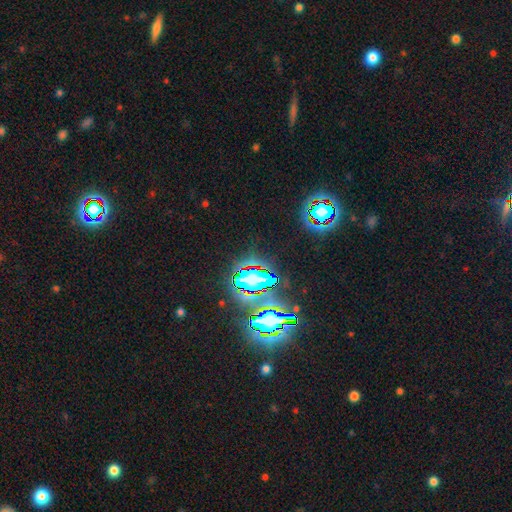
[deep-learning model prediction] A star or artifact, not a galaxy (81%).

Vote fractions:
- Smooth or featured? star or artifact: 81% / smooth: 11% / featured or disk: 8%